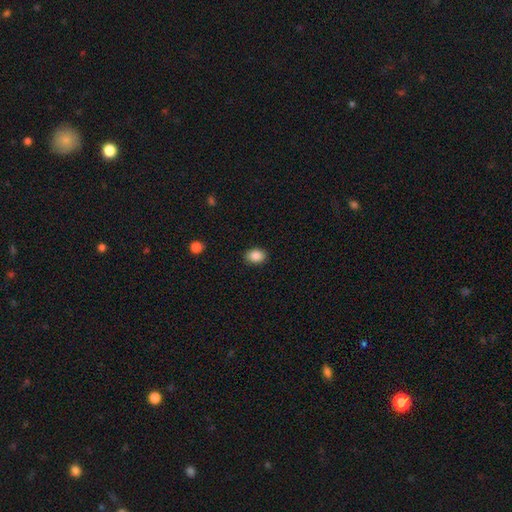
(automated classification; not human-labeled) Q: Smooth or featured?
A: smooth (88%); runner-up: star or artifact (9%)
Q: How rounded?
A: in between (67%); runner-up: round (32%)
Q: Merging?
A: none (89%); runner-up: minor disturbance (8%)